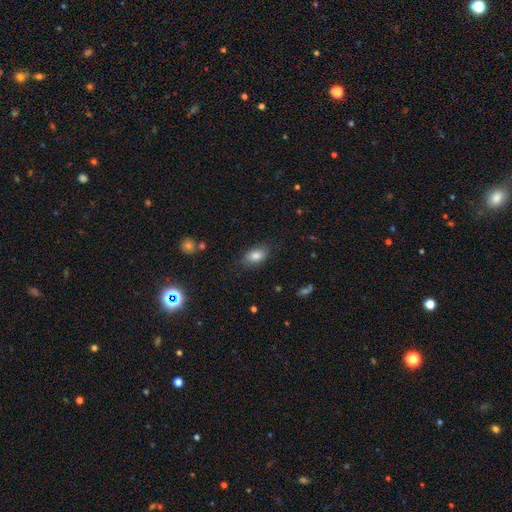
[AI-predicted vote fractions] Overall: smooth (82%). How rounded: in between (90%). Merging: none (79%).